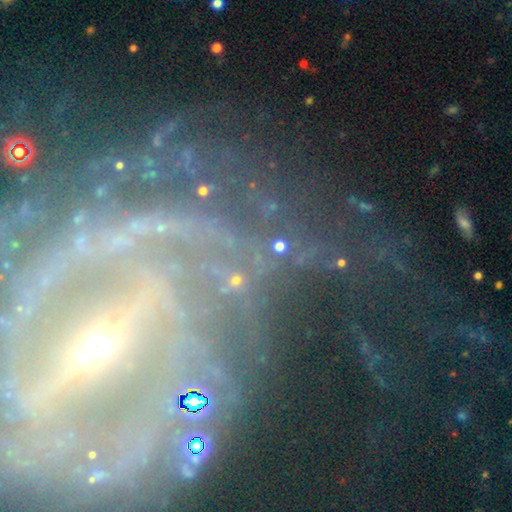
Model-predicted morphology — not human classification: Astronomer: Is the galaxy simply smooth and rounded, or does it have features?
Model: featured or disk — 63%.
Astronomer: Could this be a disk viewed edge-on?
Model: no — 94%.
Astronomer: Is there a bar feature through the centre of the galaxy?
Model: no — 43% (runner-up: strong, 29%).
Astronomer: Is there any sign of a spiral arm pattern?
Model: yes — 85%.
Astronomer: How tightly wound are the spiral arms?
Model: tight — 60%.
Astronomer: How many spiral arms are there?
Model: can't tell — 31% (runner-up: 2, 17%).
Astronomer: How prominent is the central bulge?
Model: small — 62%.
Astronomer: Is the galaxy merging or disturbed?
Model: none — 59%.